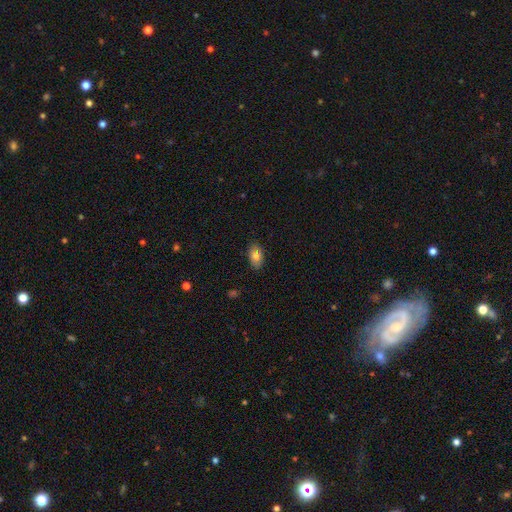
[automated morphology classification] smooth 81%, featured or disk 12%, star or artifact 8%. Down the decision tree: how rounded — in between (92%); merging — none (87%).